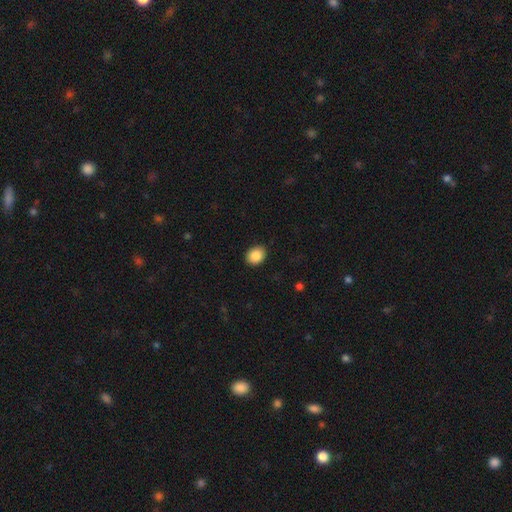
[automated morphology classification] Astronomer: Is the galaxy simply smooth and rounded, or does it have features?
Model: smooth — 88%.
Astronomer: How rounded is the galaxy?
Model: round — 50% (runner-up: in between, 49%).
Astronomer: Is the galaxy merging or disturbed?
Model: none — 88%.